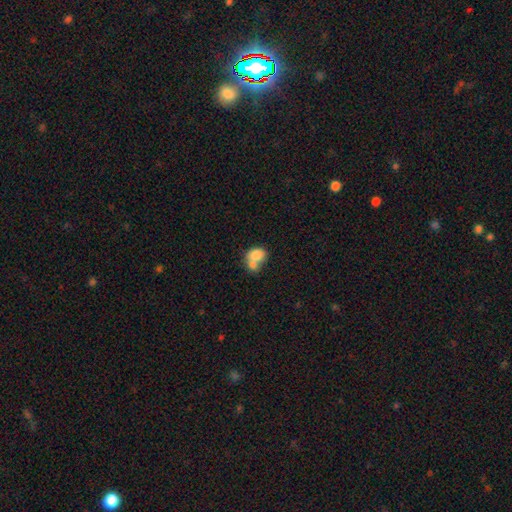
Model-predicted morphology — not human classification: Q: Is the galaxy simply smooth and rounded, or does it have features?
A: smooth — 78%.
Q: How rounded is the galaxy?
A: in between — 60%.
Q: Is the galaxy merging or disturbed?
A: merger — 64%.